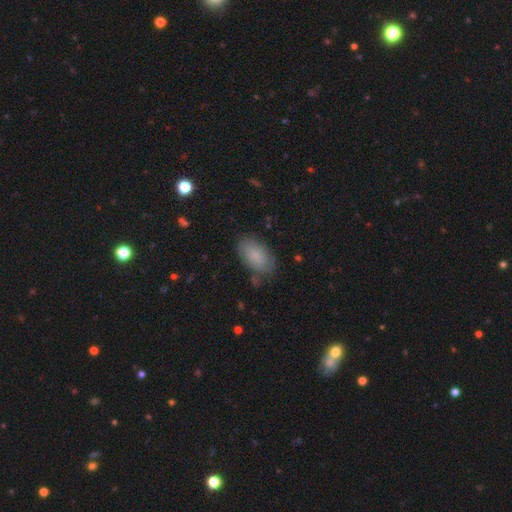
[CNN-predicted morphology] A smooth galaxy with no disk features (79%) that is in between round and cigar-shaped (93%).

Vote fractions:
- Smooth or featured? smooth: 79% / featured or disk: 14% / star or artifact: 7%
- How rounded? in between: 93% / round: 5% / cigar-shaped: 2%
- Merging? none: 73% / minor disturbance: 19% / major disturbance: 5% / merger: 3%